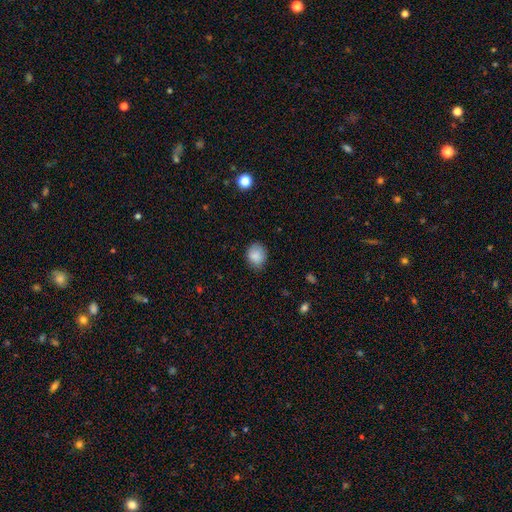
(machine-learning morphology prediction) smooth 86%, star or artifact 8%, featured or disk 6%. Down the decision tree: how rounded — round (55%); merging — none (74%).